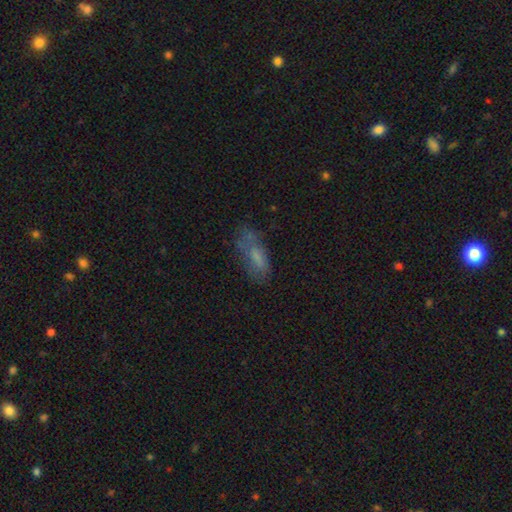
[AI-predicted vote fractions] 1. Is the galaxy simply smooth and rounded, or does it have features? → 61% smooth, 27% featured or disk, 12% star or artifact.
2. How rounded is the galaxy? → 73% in between, 24% cigar-shaped, 3% round.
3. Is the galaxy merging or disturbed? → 54% none, 26% minor disturbance, 16% major disturbance, 4% merger.